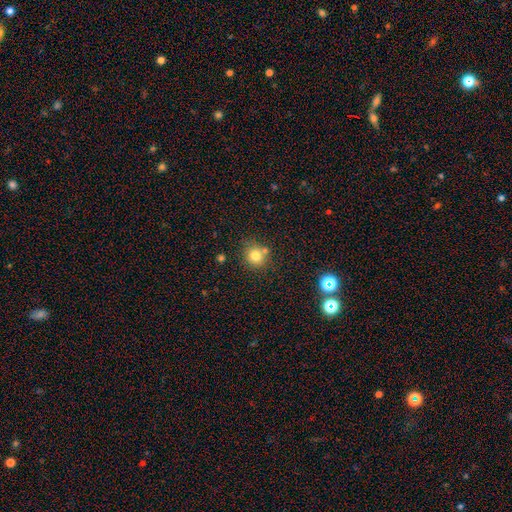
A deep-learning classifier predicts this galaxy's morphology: A smooth galaxy with no disk features (78%) that is round (87%).

Vote fractions:
- Smooth or featured? smooth: 78% / star or artifact: 13% / featured or disk: 9%
- How rounded? round: 87% / in between: 12% / cigar-shaped: 1%
- Merging? none: 70% / merger: 16% / minor disturbance: 11% / major disturbance: 3%